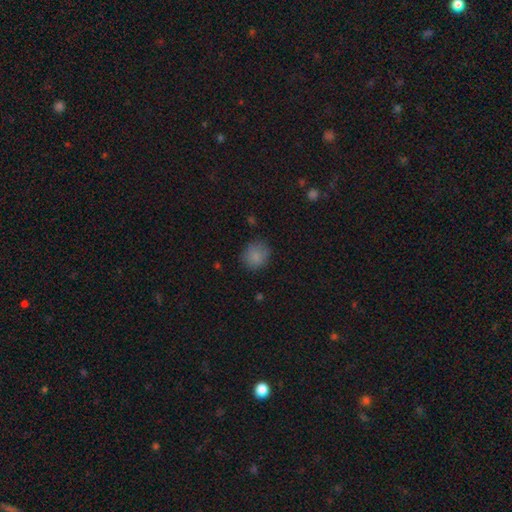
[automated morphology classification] smooth-or-featured: smooth: 84% | star or artifact: 10% | featured or disk: 6%
  how-rounded: round: 79% | in between: 20% | cigar-shaped: 1%
  merging: none: 80% | minor disturbance: 15% | major disturbance: 4% | merger: 1%